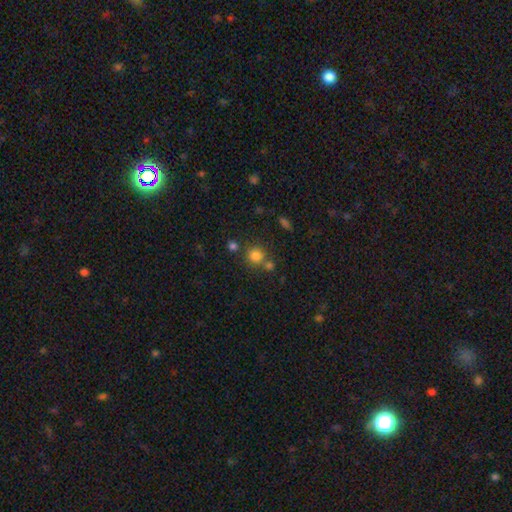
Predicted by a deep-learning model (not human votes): Morphology: type=smooth (80%); roundness=round (91%); merging=none (68%).